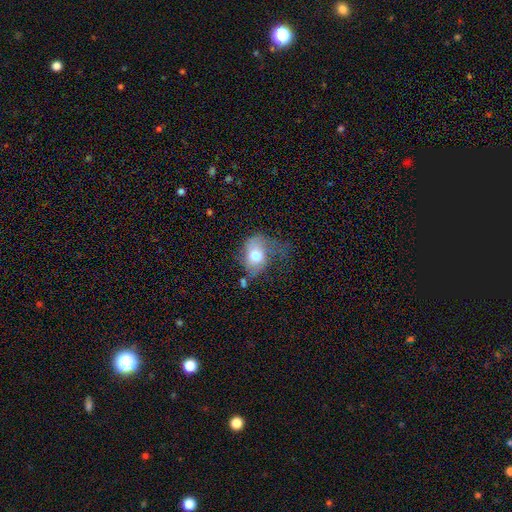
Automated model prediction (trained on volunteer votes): Overall: smooth (60%; featured or disk 31%). How rounded: in between (70%). Merging: major disturbance (35%; minor disturbance 31%).